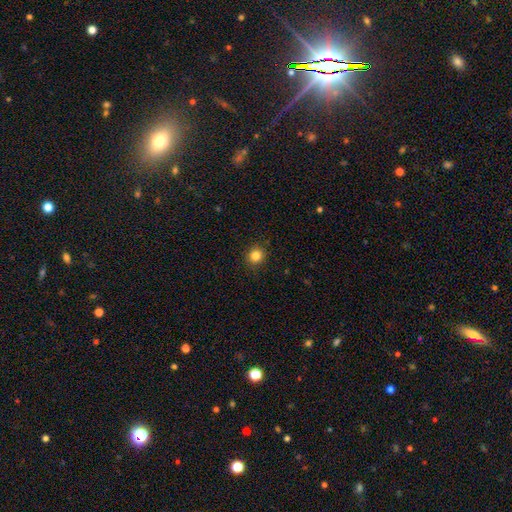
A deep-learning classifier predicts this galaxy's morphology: This is clearly a smooth galaxy (83%). How rounded: clearly round (90%). Merging: clearly none (91%).